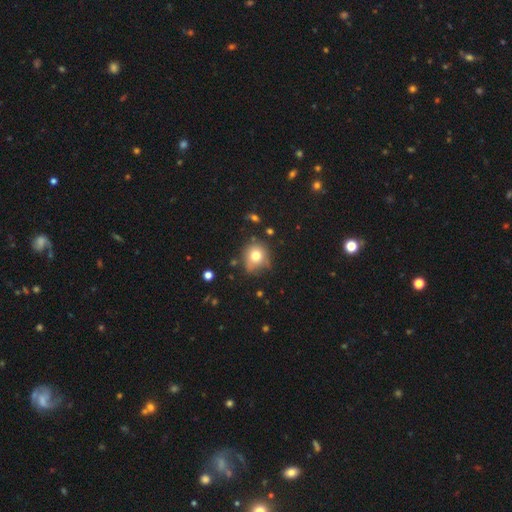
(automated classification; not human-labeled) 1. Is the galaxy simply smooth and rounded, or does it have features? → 75% smooth, 12% star or artifact, 12% featured or disk.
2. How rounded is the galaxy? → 84% round, 14% in between, 1% cigar-shaped.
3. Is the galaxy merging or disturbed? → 68% none, 22% minor disturbance, 6% major disturbance, 4% merger.